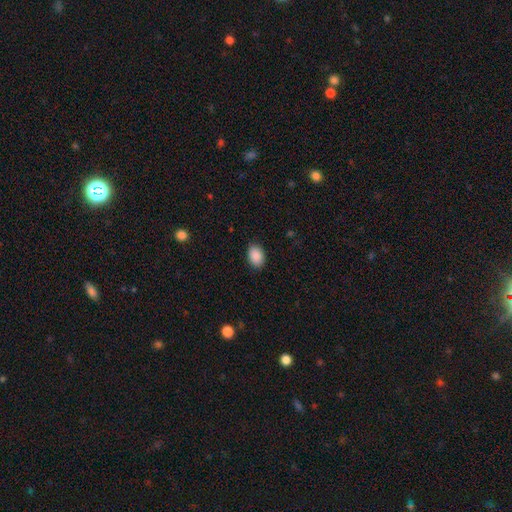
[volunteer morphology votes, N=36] Smooth or featured: smooth — 89% (featured or disk — 6%)
How rounded: in between — 66% (round — 34%)
Merging: none — 91% (minor disturbance — 3%)